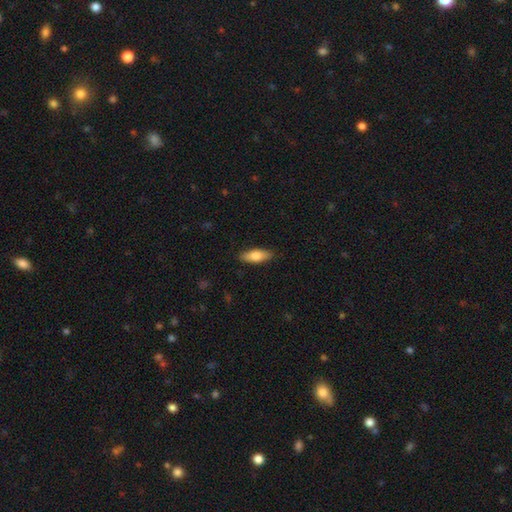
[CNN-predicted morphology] smooth 75%, featured or disk 20%, star or artifact 6%. Down the decision tree: how rounded — in between (66%); merging — none (88%).